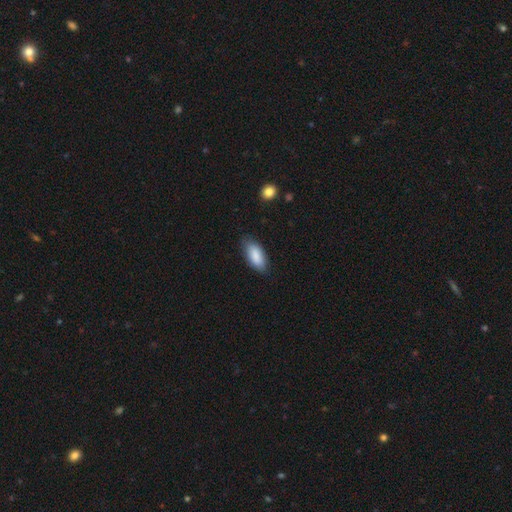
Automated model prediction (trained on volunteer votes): A smooth galaxy with no disk features (87%) that is in between round and cigar-shaped (86%). Merging: none (78%).